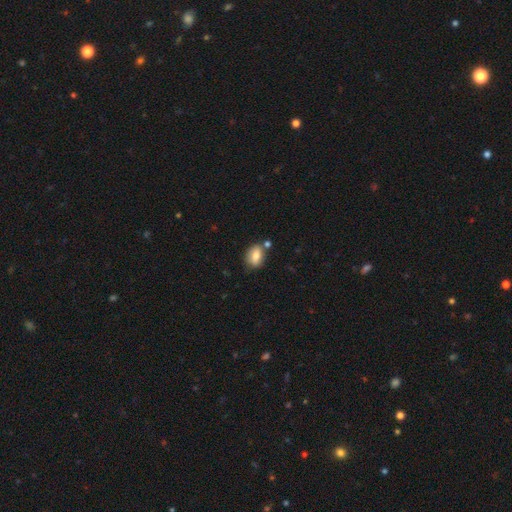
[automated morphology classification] smooth-or-featured: smooth: 76% | featured or disk: 16% | star or artifact: 8%
  how-rounded: in between: 78% | round: 20% | cigar-shaped: 2%
  merging: none: 67% | minor disturbance: 16% | merger: 13% | major disturbance: 4%